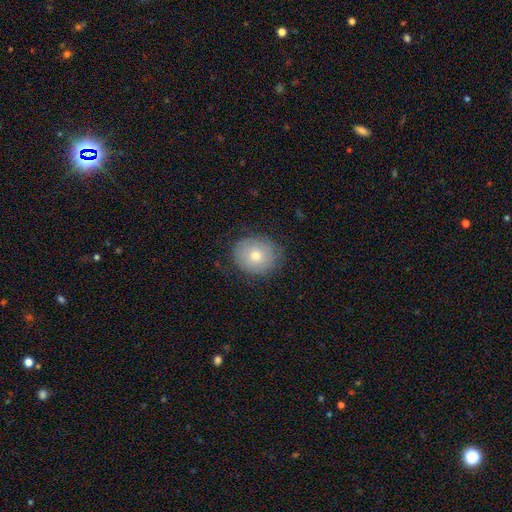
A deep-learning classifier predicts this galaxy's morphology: This appears to be a smooth galaxy with no disk features (67%) that is round (76%). Merging: none (79%).